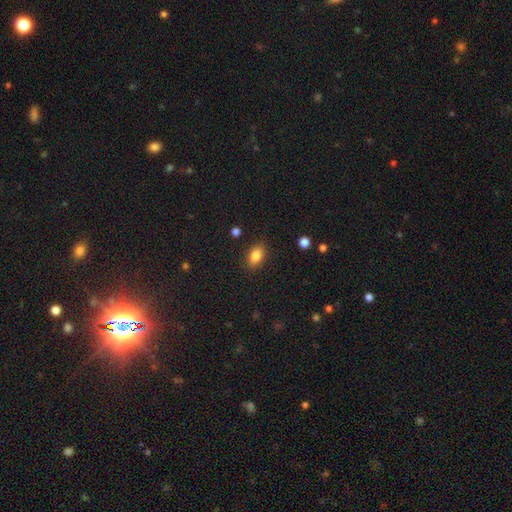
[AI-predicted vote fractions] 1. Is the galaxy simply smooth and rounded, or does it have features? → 85% smooth, 9% star or artifact, 6% featured or disk.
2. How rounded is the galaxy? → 83% in between, 15% round, 2% cigar-shaped.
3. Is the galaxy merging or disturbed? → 86% none, 10% minor disturbance, 3% major disturbance, 1% merger.